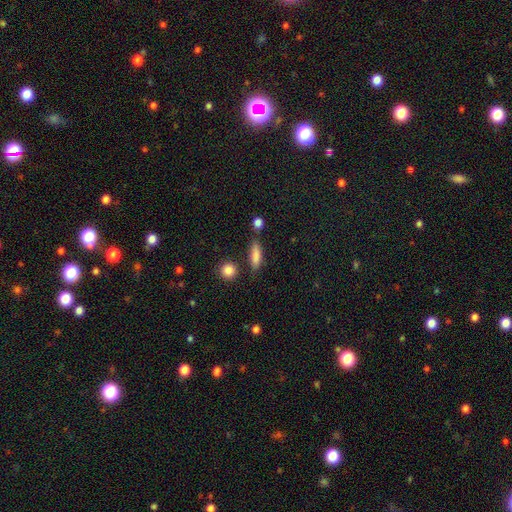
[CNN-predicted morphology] smooth 82%, featured or disk 10%, star or artifact 8%. Down the decision tree: how rounded — cigar-shaped (54%); merging — none (74%).